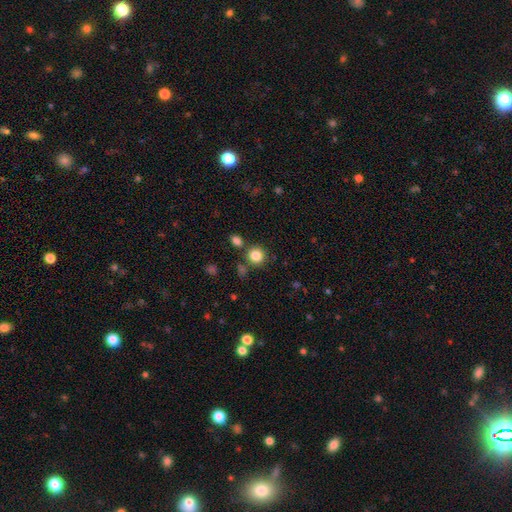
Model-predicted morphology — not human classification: Smooth or featured: smooth — 83% (star or artifact — 12%)
How rounded: round — 91% (in between — 8%)
Merging: none — 79% (merger — 9%)